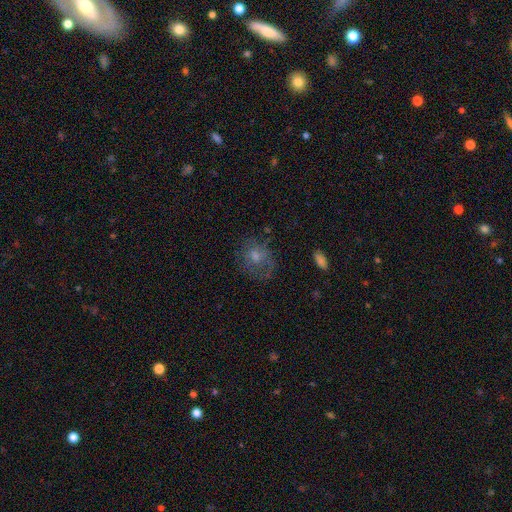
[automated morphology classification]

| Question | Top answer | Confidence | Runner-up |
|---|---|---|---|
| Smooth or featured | smooth | 47% | featured or disk (36%) |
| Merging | none | 59% | minor disturbance (22%) |